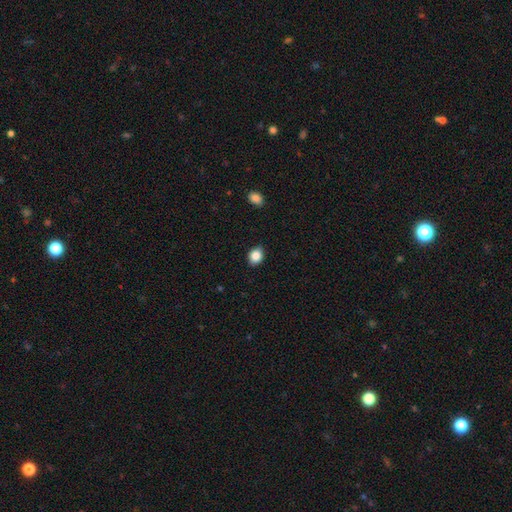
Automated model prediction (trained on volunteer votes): Smooth or featured? smooth (86%)
How rounded? in between (53%)
Merging? none (85%)